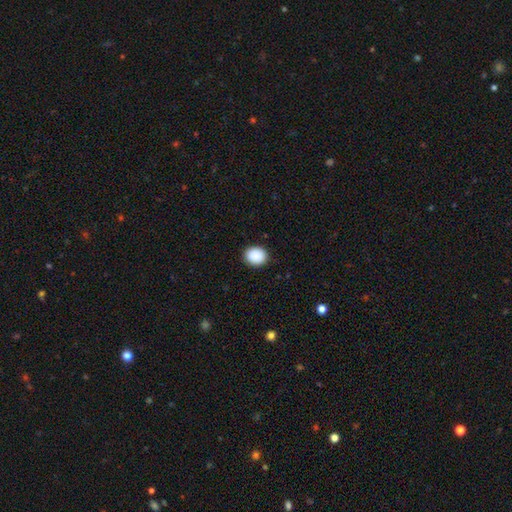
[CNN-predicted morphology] Q: Smooth or featured?
A: smooth (90%); runner-up: star or artifact (8%)
Q: How rounded?
A: round (65%); runner-up: in between (35%)
Q: Merging?
A: none (90%); runner-up: minor disturbance (7%)